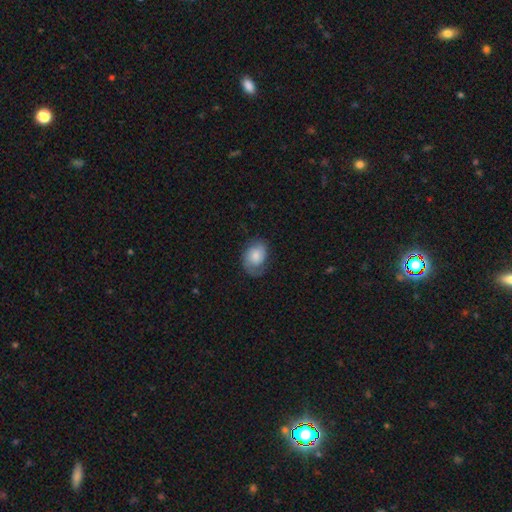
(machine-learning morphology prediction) Smooth or featured: featured or disk — 50% (smooth — 43%)
Merging: none — 63% (minor disturbance — 23%)